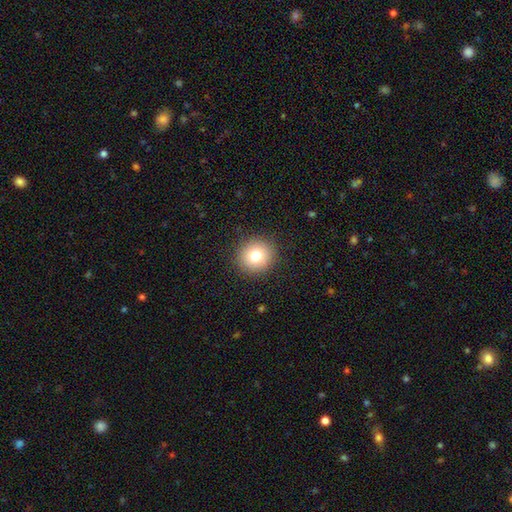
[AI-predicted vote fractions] smooth 79%, star or artifact 11%, featured or disk 10%. Down the decision tree: how rounded — round (92%); merging — none (91%).